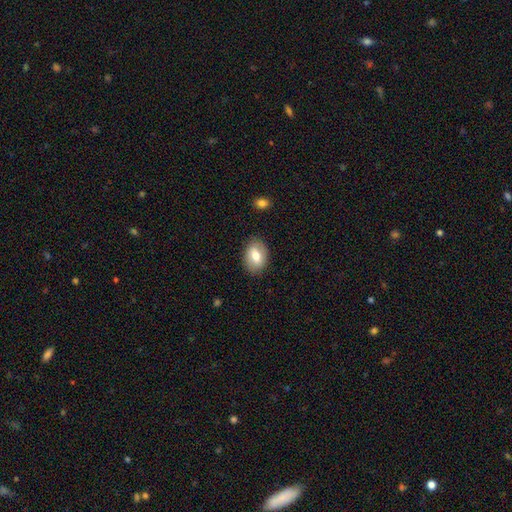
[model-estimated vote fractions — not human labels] A smooth galaxy with no disk features (72%) that is in between round and cigar-shaped (82%).

Vote fractions:
- Smooth or featured? smooth: 72% / featured or disk: 21% / star or artifact: 7%
- How rounded? in between: 82% / round: 17% / cigar-shaped: 1%
- Merging? none: 85% / minor disturbance: 11% / major disturbance: 3% / merger: 1%